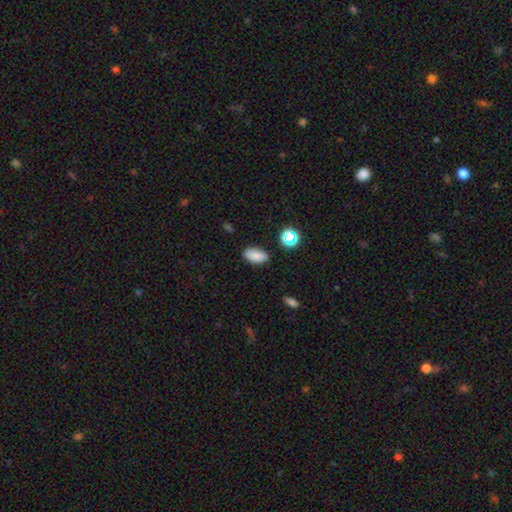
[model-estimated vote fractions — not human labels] smooth_or_featured: smooth (p=0.83) [alt: star or artifact p=0.11]
how_rounded: in between (p=0.91) [alt: round p=0.06]
merging: none (p=0.85) [alt: minor disturbance p=0.11]